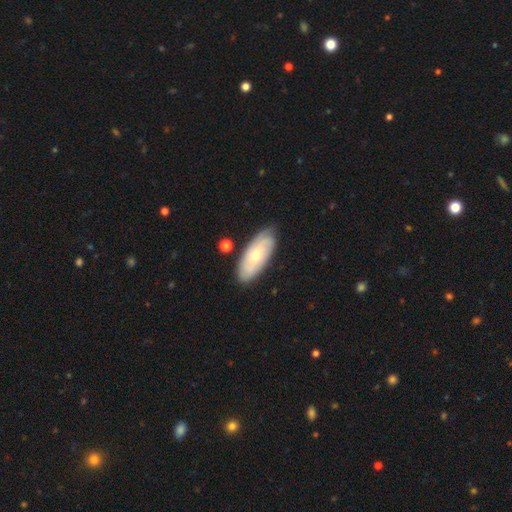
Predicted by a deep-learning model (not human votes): A featured or disk galaxy (52%).

Vote fractions:
- Smooth or featured? featured or disk: 52% / smooth: 42% / star or artifact: 6%
- Edge-on disk? no: 86% / yes: 14%
- Merging? none: 77% / minor disturbance: 17% / major disturbance: 3% / merger: 3%